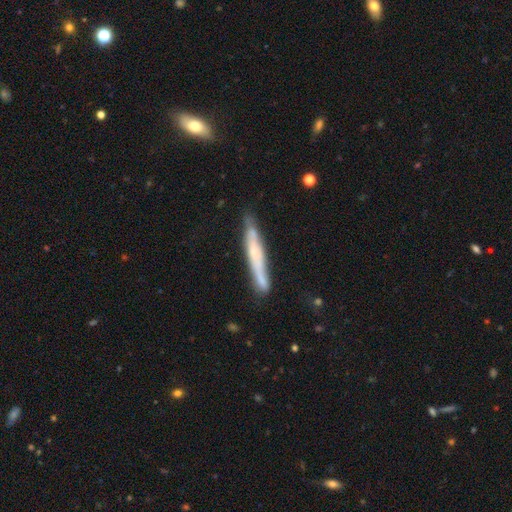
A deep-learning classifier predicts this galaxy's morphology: Smooth or featured? Predicted: featured or disk (p=0.52). Edge-on disk? Predicted: yes (p=0.87). Merging? Predicted: none (p=0.76).